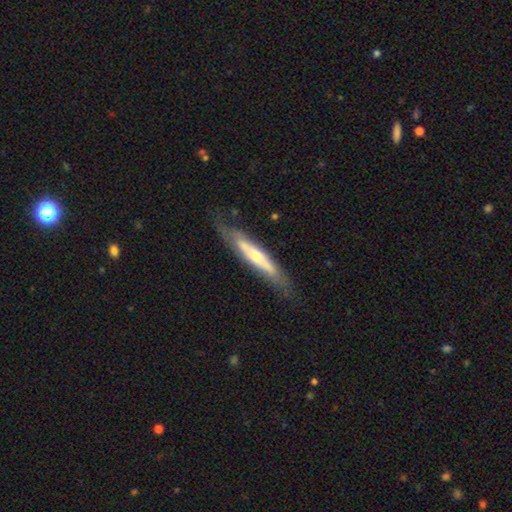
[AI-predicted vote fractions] Smooth or featured?
  - featured or disk: 62% *
  - smooth: 32%
  - star or artifact: 6%
Edge-on disk?
  - yes: 70% *
  - no: 30%
Merging?
  - none: 73% *
  - minor disturbance: 19%
  - major disturbance: 7%
  - merger: 2%